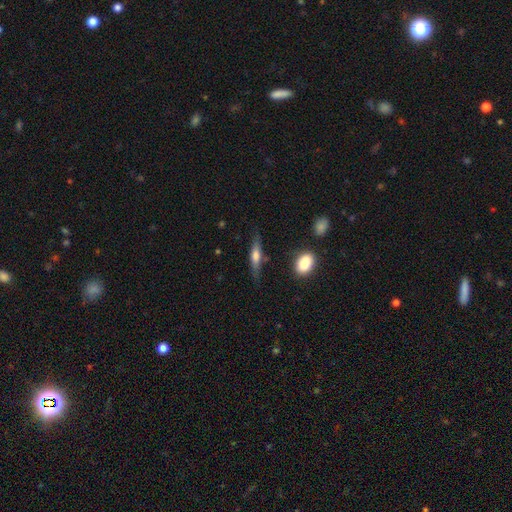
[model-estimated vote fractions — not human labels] Morphology: type=featured or disk (47%); merging=none (77%).